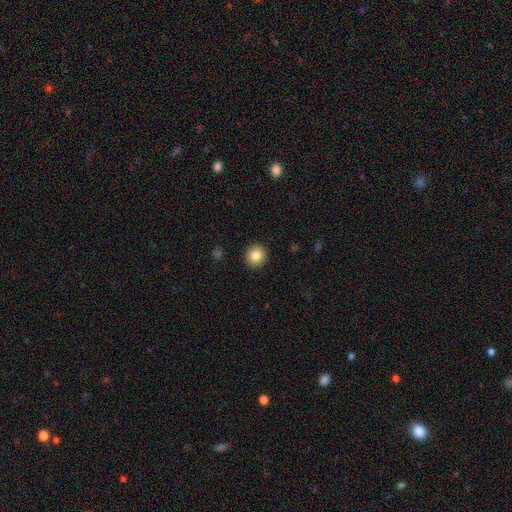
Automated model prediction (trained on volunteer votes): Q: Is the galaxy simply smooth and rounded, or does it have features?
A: smooth — 85%.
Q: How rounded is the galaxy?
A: round — 87%.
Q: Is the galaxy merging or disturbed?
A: none — 92%.